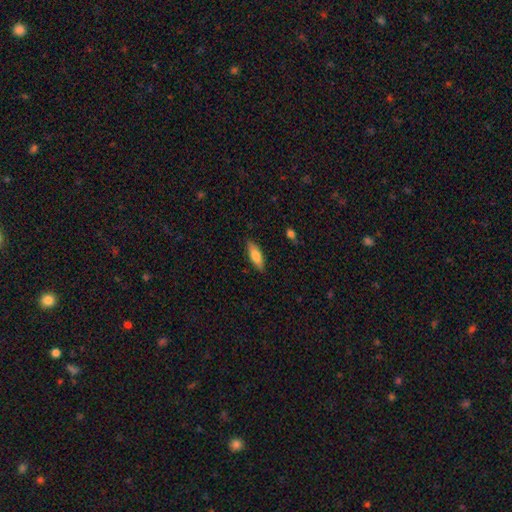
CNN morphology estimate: Smooth or featured? Predicted: smooth (p=0.78). How rounded? Predicted: in between (p=0.60). Merging? Predicted: none (p=0.86).